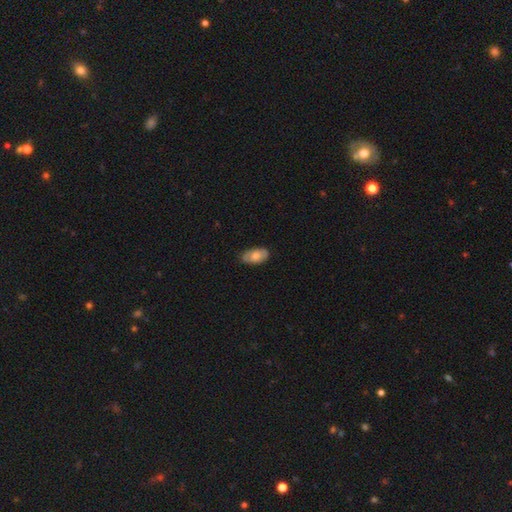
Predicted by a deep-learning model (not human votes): smooth-or-featured: smooth: 70% | featured or disk: 24% | star or artifact: 6%
  how-rounded: in between: 94% | round: 4% | cigar-shaped: 2%
  merging: none: 82% | minor disturbance: 14% | major disturbance: 2% | merger: 1%